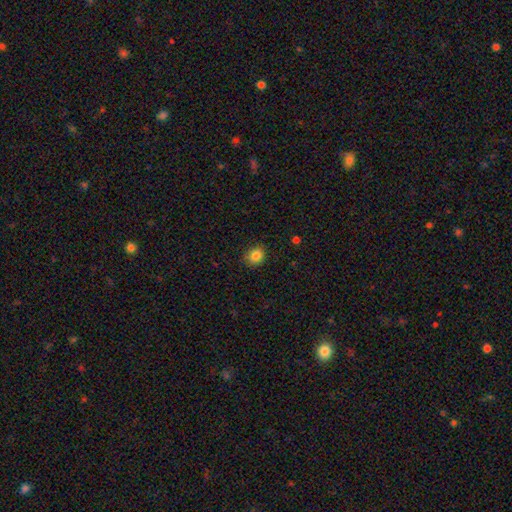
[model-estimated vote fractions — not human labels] smooth 84%, star or artifact 10%, featured or disk 6%. Down the decision tree: how rounded — round (76%); merging — none (87%).